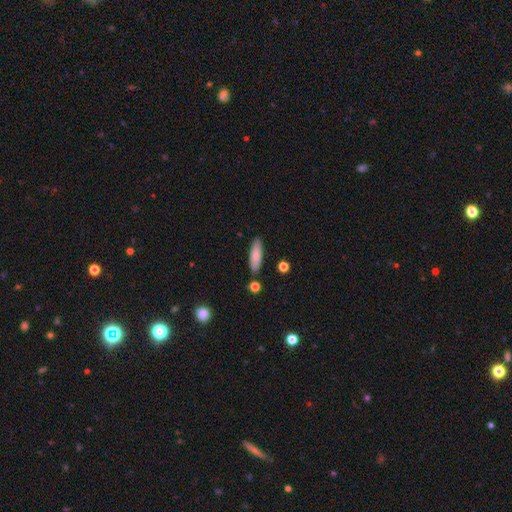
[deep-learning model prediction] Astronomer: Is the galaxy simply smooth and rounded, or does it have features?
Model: smooth — 81%.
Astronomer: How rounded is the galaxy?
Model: cigar-shaped — 57% (runner-up: in between, 41%).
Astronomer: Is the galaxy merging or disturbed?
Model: none — 84%.